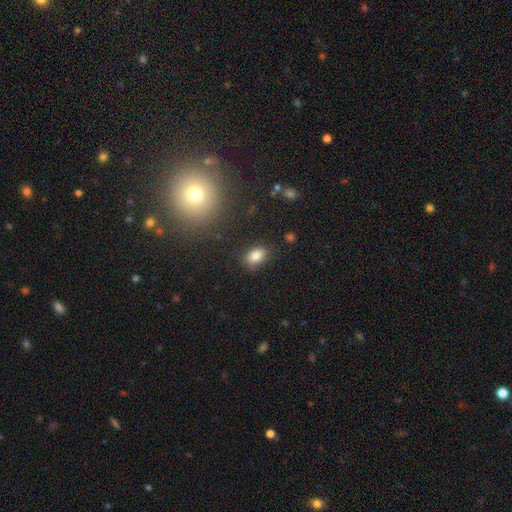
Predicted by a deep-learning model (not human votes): Overall: smooth (83%). How rounded: in between (85%). Merging: none (82%).